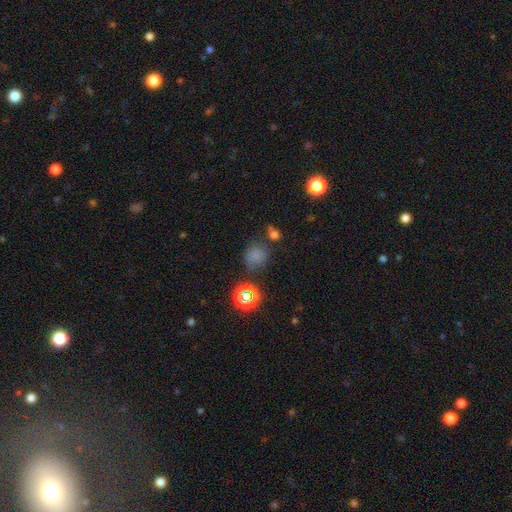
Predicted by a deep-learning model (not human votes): A smooth galaxy with no disk features (70%) that is round (79%).

Vote fractions:
- Smooth or featured? smooth: 70% / star or artifact: 23% / featured or disk: 7%
- How rounded? round: 79% / in between: 20% / cigar-shaped: 1%
- Merging? none: 66% / minor disturbance: 19% / merger: 8% / major disturbance: 7%